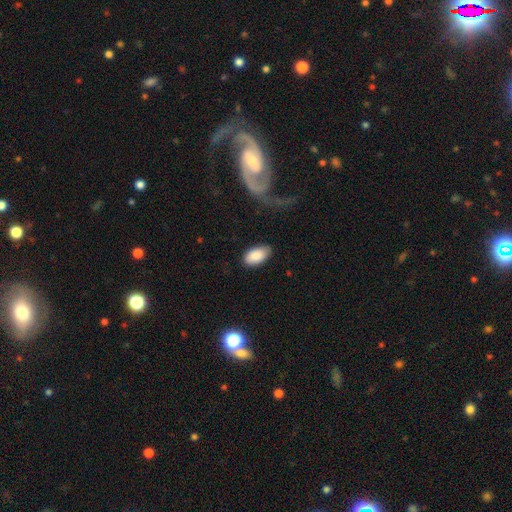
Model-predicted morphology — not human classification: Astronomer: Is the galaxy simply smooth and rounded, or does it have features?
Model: smooth — 88%.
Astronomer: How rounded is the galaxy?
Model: in between — 95%.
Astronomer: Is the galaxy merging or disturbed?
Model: none — 77%.